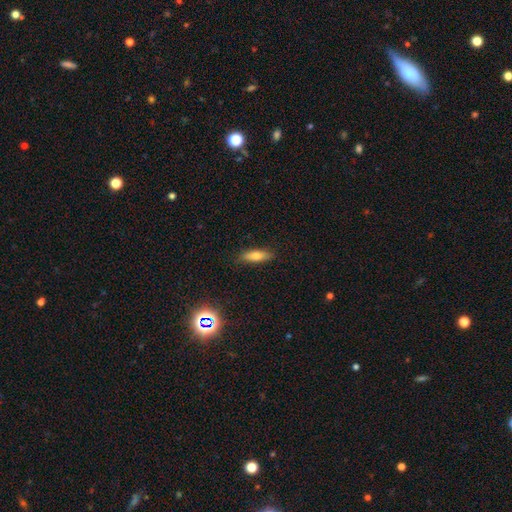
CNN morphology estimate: The model was most divided on "how rounded": cigar-shaped: 56%, in between: 42%, round: 3%. More confident: merging — none (86%); smooth or featured — smooth (73%).